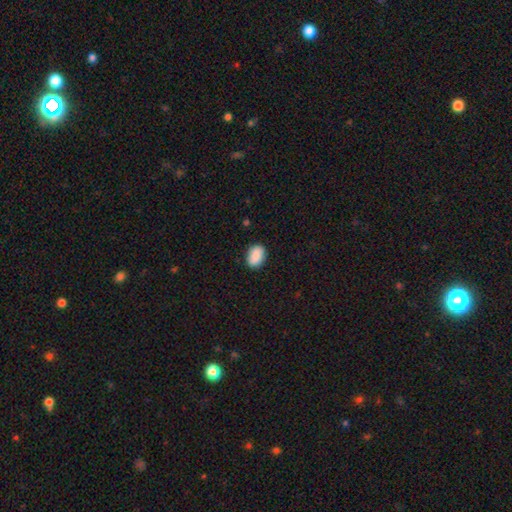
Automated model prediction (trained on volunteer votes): Smooth or featured? smooth (89%)
How rounded? in between (80%)
Merging? none (86%)